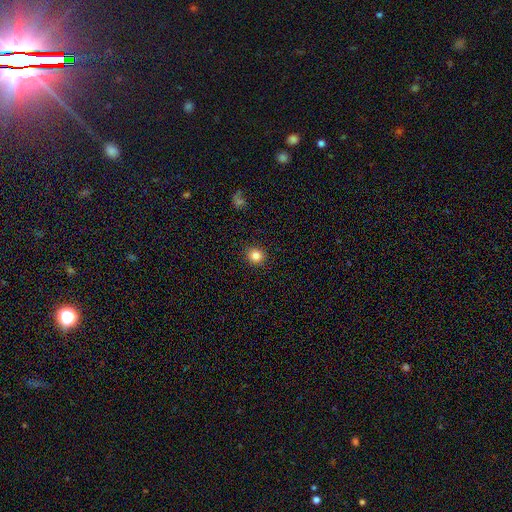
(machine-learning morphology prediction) smooth_or_featured: smooth (p=0.84) [alt: star or artifact p=0.11]
how_rounded: round (p=0.88) [alt: in between p=0.11]
merging: none (p=0.91) [alt: minor disturbance p=0.06]